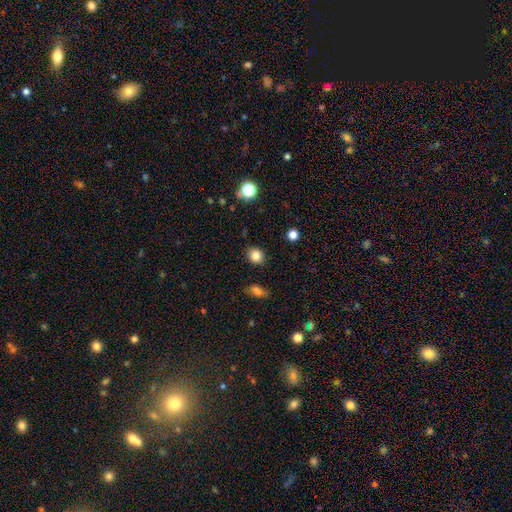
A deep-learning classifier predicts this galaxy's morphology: Smooth or featured? smooth (83%)
How rounded? round (72%)
Merging? none (88%)